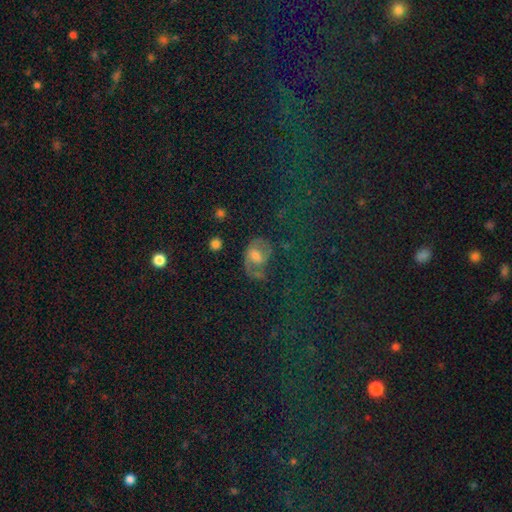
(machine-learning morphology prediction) The model was most divided on "smooth or featured": featured or disk: 46%, smooth: 33%, star or artifact: 21%. Remaining: merging — none (47%).